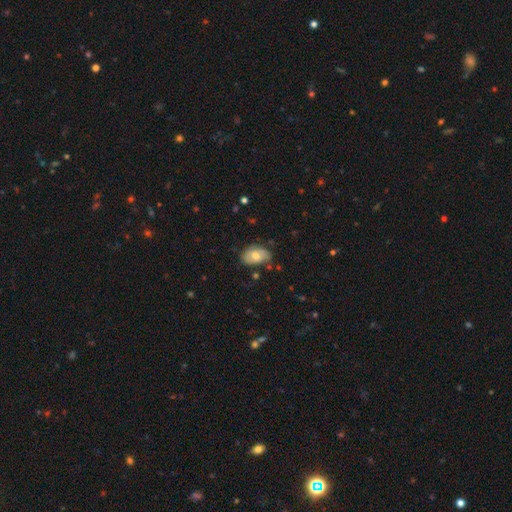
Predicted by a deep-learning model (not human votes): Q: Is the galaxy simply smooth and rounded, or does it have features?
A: smooth — 66%.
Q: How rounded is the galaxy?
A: in between — 89%.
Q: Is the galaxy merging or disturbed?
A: none — 64%.